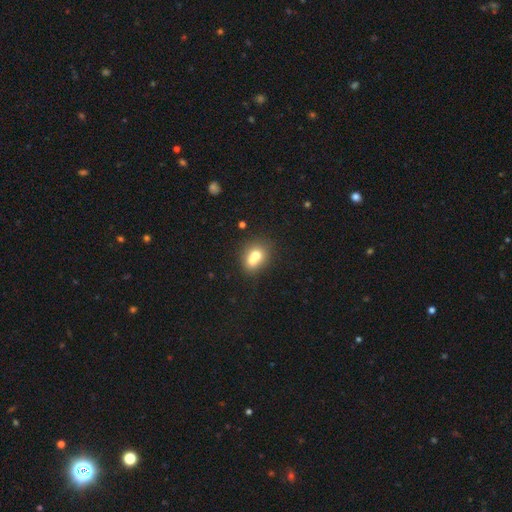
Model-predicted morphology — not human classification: Smooth or featured: smooth — 68% (featured or disk — 22%)
How rounded: round — 61% (in between — 38%)
Merging: merger — 60% (none — 29%)